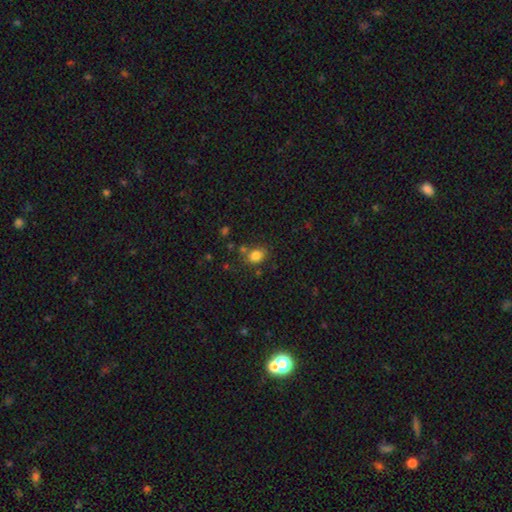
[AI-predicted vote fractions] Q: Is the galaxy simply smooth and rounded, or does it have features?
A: smooth — 82%.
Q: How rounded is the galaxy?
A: in between — 52%.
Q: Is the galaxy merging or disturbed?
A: none — 69%.